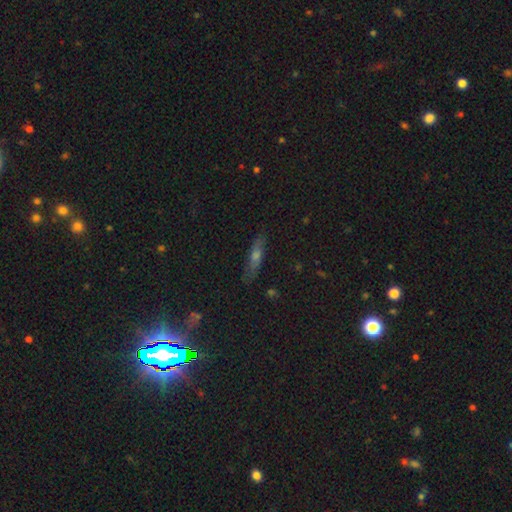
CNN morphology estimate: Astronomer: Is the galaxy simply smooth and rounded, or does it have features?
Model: smooth — 44% (runner-up: featured or disk, 42%).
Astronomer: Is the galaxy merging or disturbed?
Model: none — 83%.